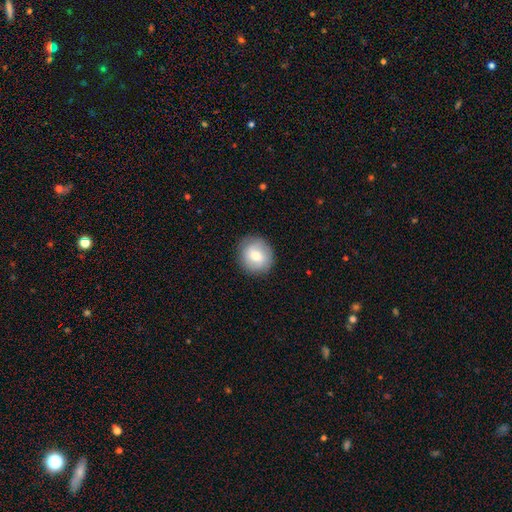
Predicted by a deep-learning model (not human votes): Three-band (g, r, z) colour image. It shows a smooth galaxy with no disk features (70%) that is round (86%). Merging: none (87%).